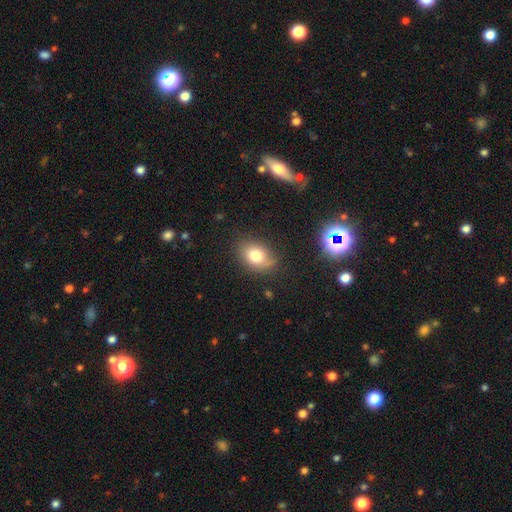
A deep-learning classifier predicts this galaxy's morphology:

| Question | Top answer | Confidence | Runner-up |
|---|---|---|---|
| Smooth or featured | smooth | 76% | featured or disk (12%) |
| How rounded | in between | 72% | round (26%) |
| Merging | none | 76% | minor disturbance (18%) |